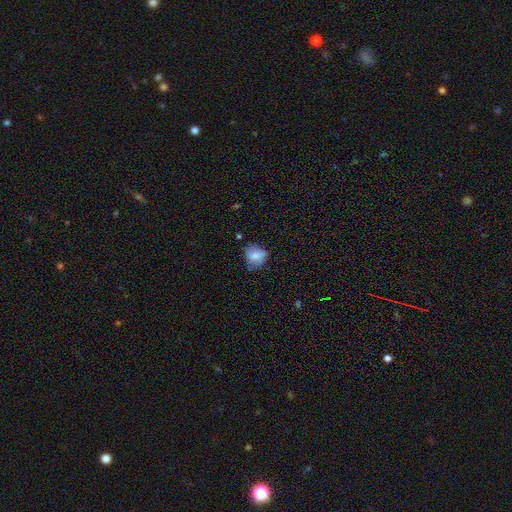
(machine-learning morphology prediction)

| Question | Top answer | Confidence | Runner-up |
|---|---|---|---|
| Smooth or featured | smooth | 71% | featured or disk (20%) |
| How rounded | round | 64% | in between (34%) |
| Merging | none | 57% | minor disturbance (31%) |